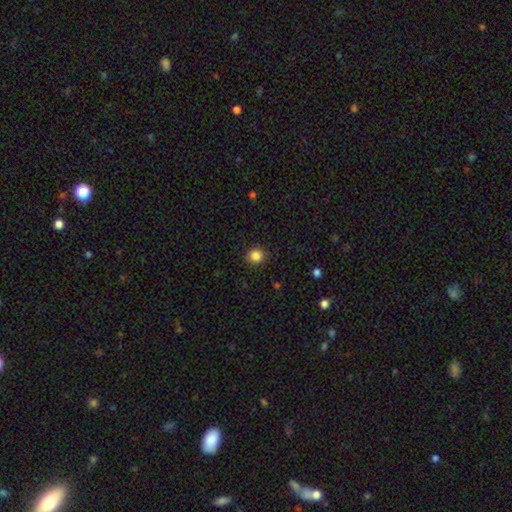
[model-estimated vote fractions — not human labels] Smooth or featured? smooth (86%)
How rounded? round (88%)
Merging? none (91%)